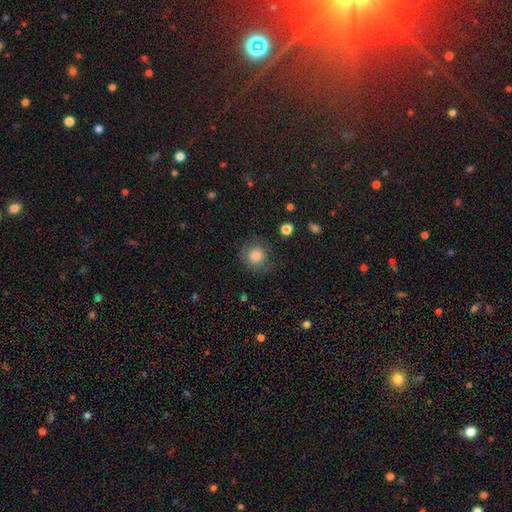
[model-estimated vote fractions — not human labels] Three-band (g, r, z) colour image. It shows a smooth galaxy with no disk features (80%) that is round (90%). Merging: none (74%).